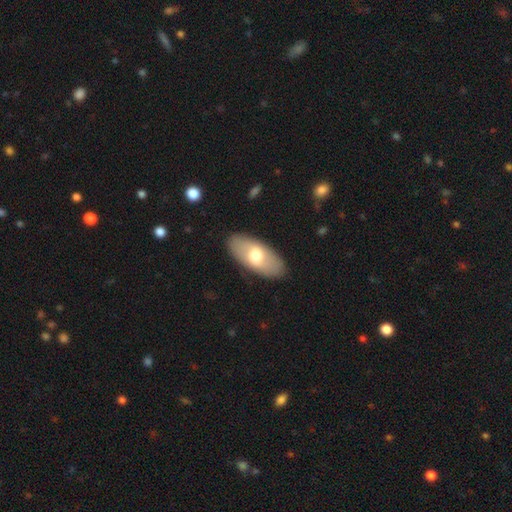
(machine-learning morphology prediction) smooth-or-featured: smooth: 62% | featured or disk: 32% | star or artifact: 5%
  how-rounded: in between: 91% | cigar-shaped: 6% | round: 3%
  merging: none: 88% | minor disturbance: 9% | major disturbance: 3% | merger: 1%